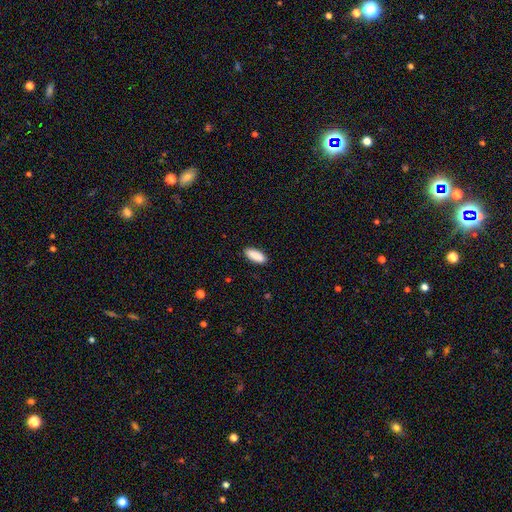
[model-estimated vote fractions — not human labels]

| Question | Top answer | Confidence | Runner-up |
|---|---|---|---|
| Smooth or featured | smooth | 91% | star or artifact (6%) |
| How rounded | in between | 80% | cigar-shaped (18%) |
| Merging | none | 89% | minor disturbance (8%) |